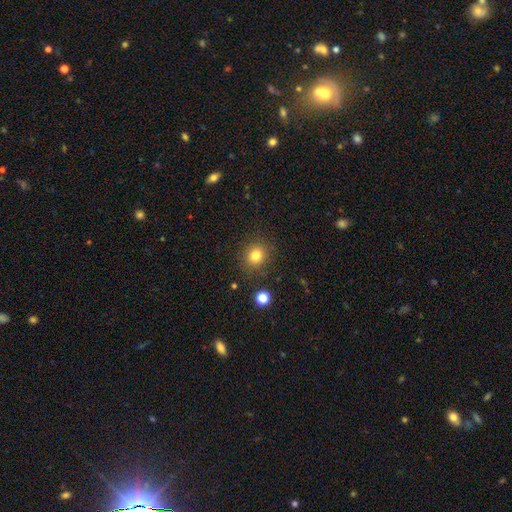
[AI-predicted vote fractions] A smooth galaxy with no disk features (81%) that is round (80%).

Vote fractions:
- Smooth or featured? smooth: 81% / star or artifact: 12% / featured or disk: 7%
- How rounded? round: 80% / in between: 19% / cigar-shaped: 1%
- Merging? none: 86% / minor disturbance: 8% / major disturbance: 3% / merger: 2%